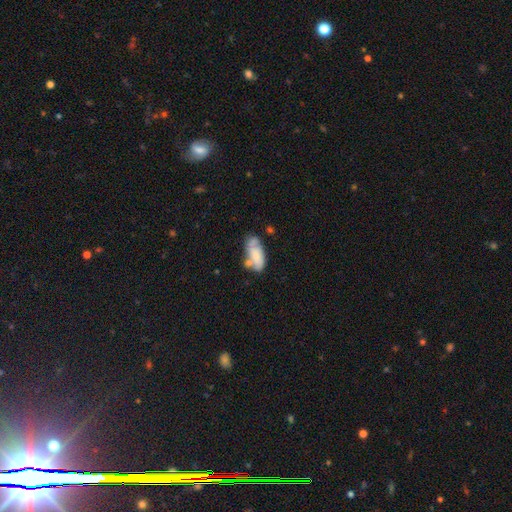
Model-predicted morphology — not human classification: Overall: smooth (56%; featured or disk 37%). How rounded: in between (87%). Merging: none (44%; minor disturbance 25%).